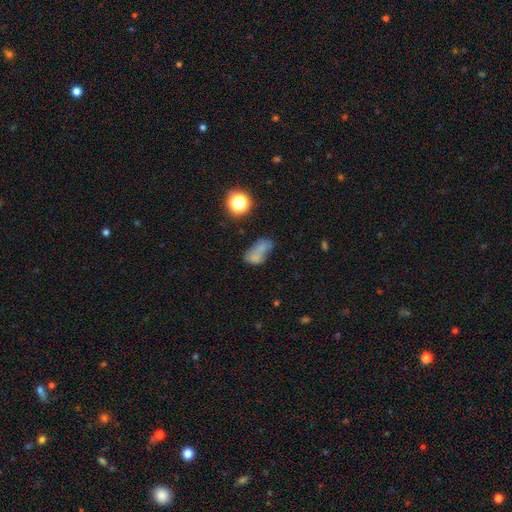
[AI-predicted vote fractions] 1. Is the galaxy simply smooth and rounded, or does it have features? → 64% smooth, 19% featured or disk, 16% star or artifact.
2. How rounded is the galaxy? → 85% in between, 10% round, 4% cigar-shaped.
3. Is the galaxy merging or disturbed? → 36% none, 23% minor disturbance, 23% merger, 17% major disturbance.